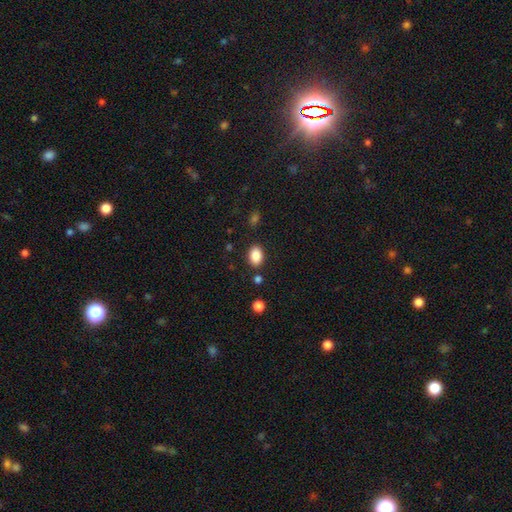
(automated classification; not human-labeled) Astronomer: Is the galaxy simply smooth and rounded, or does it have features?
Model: smooth — 87%.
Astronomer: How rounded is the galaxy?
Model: in between — 76%.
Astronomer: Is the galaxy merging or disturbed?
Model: none — 84%.